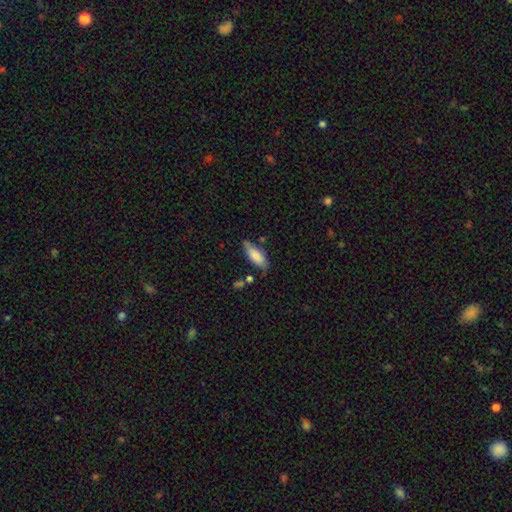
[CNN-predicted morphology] type=smooth (81%); roundness=in between (72%); merging=none (68%).